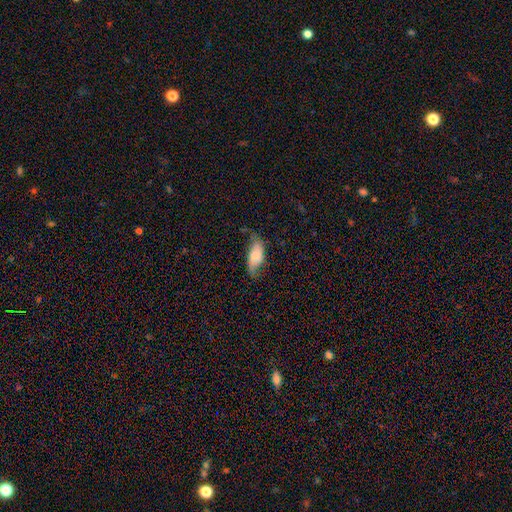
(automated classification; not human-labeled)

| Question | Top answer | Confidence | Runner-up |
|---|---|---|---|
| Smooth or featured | smooth | 57% | featured or disk (35%) |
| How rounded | in between | 86% | cigar-shaped (11%) |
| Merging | none | 50% | minor disturbance (33%) |